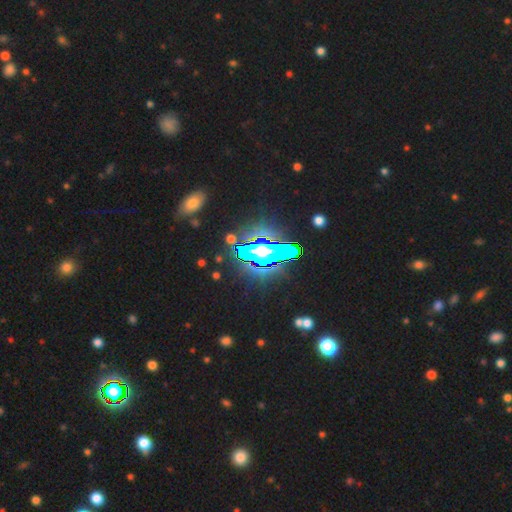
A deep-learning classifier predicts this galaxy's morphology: Smooth or featured?
  - star or artifact: 84% *
  - smooth: 8%
  - featured or disk: 7%